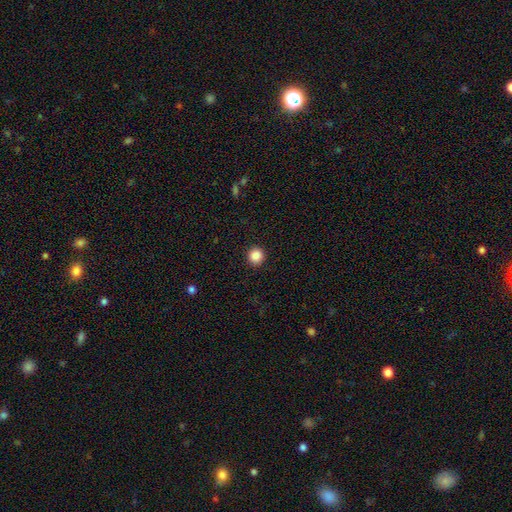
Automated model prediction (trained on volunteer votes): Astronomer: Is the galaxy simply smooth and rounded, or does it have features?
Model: smooth — 87%.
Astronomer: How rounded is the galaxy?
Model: round — 95%.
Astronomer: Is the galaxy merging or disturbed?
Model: none — 93%.